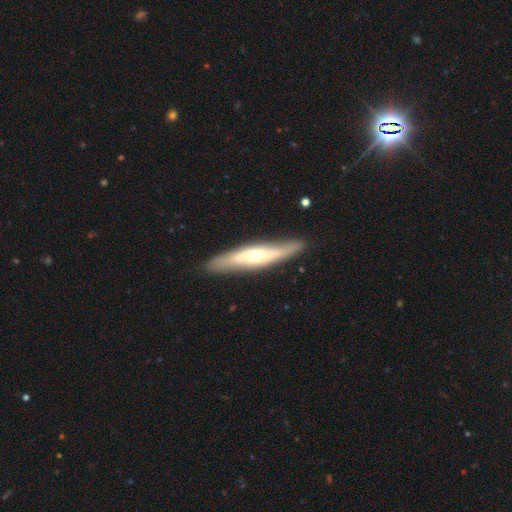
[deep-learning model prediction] A featured or disk galaxy (61%) viewed edge-on (72%). Merging: none (85%).